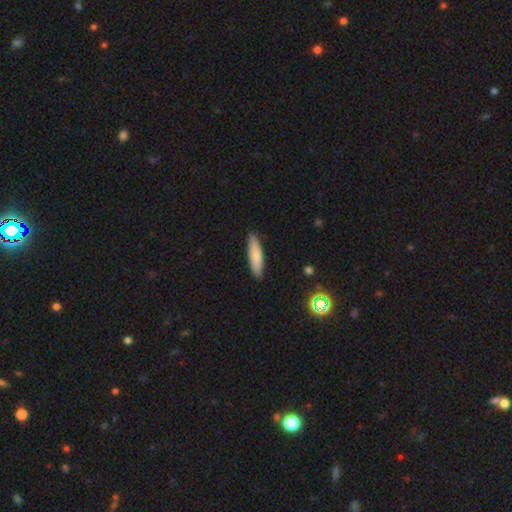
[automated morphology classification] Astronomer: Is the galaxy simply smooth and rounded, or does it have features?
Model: smooth — 82%.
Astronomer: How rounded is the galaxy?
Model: cigar-shaped — 74%.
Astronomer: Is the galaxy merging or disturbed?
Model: none — 88%.